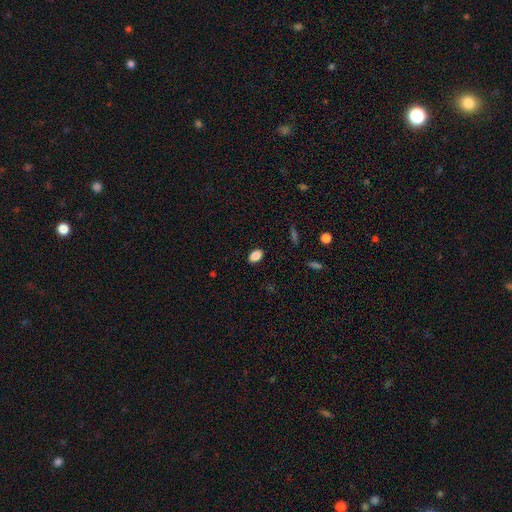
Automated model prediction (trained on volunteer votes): A smooth galaxy with no disk features (88%) that is in between round and cigar-shaped (87%). Merging: none (89%).